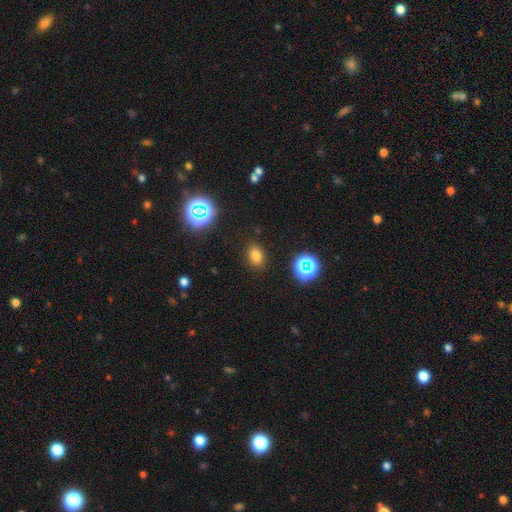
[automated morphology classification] Smooth or featured? smooth (74%)
How rounded? in between (69%)
Merging? none (87%)